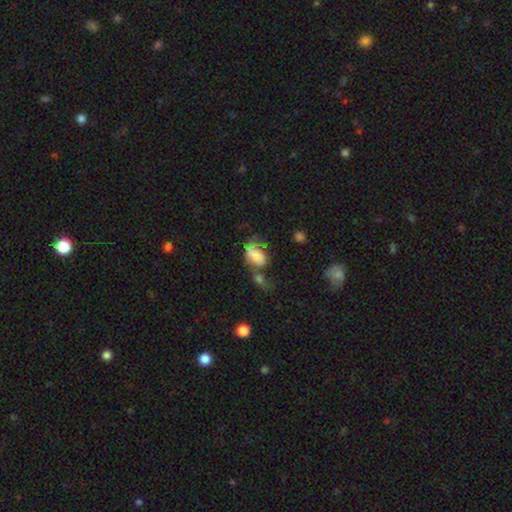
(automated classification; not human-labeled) Smooth or featured?
  - smooth: 62% *
  - featured or disk: 28%
  - star or artifact: 10%
How rounded?
  - in between: 83% *
  - round: 15%
  - cigar-shaped: 2%
Merging?
  - merger: 31% *
  - major disturbance: 29%
  - none: 20%
  - minor disturbance: 19%